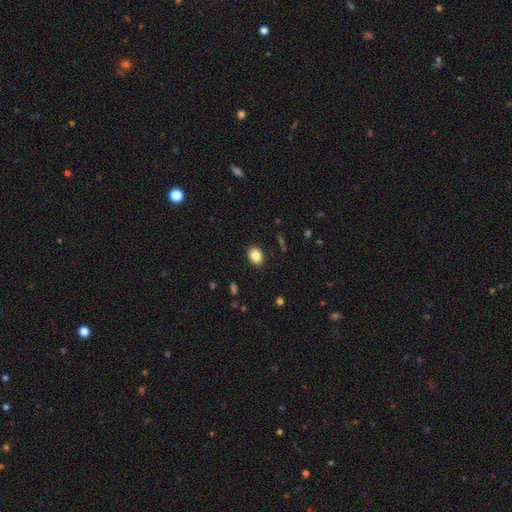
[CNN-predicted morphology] The model was most divided on "how rounded": in between: 58%, round: 41%, cigar-shaped: 1%. More confident: merging — none (89%); smooth or featured — smooth (85%).